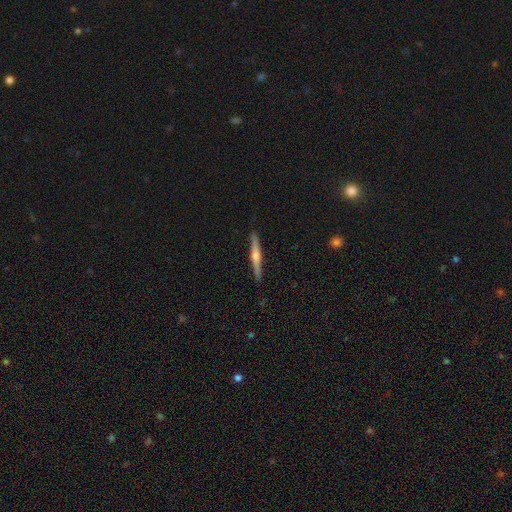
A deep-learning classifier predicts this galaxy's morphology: This appears to be a featured or disk galaxy (71%) viewed edge-on (98%) with a rounded central bulge (82%). Merging: none (92%).